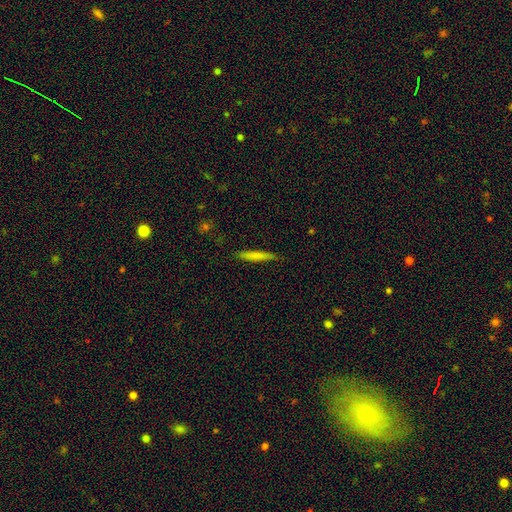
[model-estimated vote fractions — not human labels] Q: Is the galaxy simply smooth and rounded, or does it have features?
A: smooth — 74%.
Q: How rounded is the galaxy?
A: cigar-shaped — 93%.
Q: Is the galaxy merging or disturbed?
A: none — 84%.